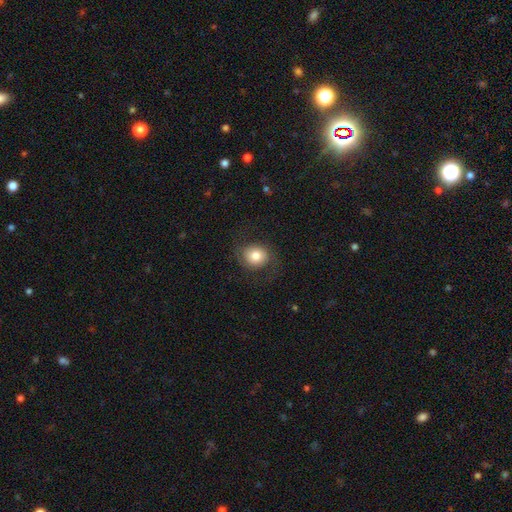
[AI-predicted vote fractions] Smooth or featured? smooth (65%)
How rounded? round (68%)
Merging? none (69%)